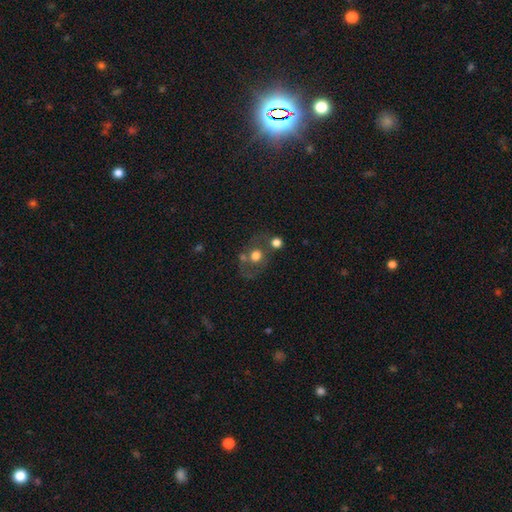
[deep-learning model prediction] This is possibly a smooth galaxy (56%). How rounded: likely round (69%). Merging: possibly none (52%).